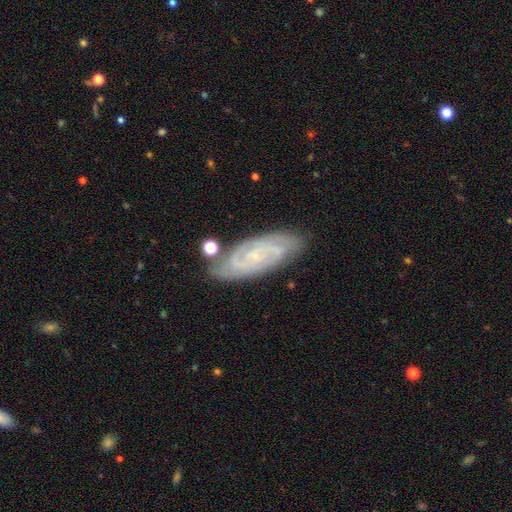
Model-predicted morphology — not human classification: Smooth or featured?
  - featured or disk: 79% *
  - smooth: 13%
  - star or artifact: 7%
Edge-on disk?
  - no: 92% *
  - yes: 8%
Bar?
  - no: 61% *
  - weak: 31%
  - strong: 8%
Spiral arms?
  - yes: 95% *
  - no: 5%
Spiral winding?
  - tight: 64% *
  - medium: 29%
  - loose: 7%
Spiral arm count?
  - 2: 48% *
  - can't tell: 25%
  - 3: 14%
  - 4: 5%
  - 1: 3%
  - more than 4: 3%
Bulge size?
  - small: 79% *
  - moderate: 12%
  - none: 7%
  - large: 1%
  - dominant: 1%
Merging?
  - none: 76% *
  - minor disturbance: 15%
  - merger: 5%
  - major disturbance: 4%